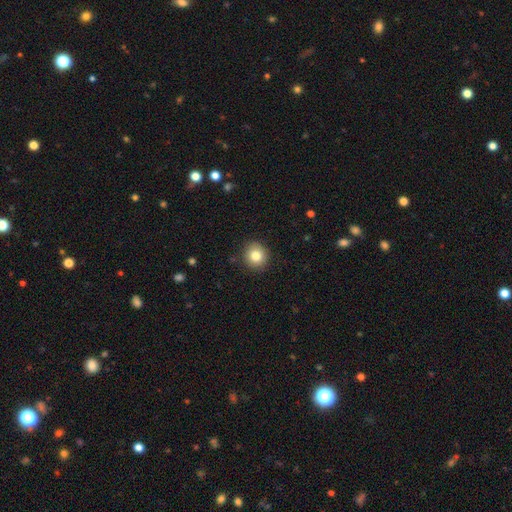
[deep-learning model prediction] Smooth or featured? Predicted: smooth (p=0.82). How rounded? Predicted: round (p=0.89). Merging? Predicted: none (p=0.90).